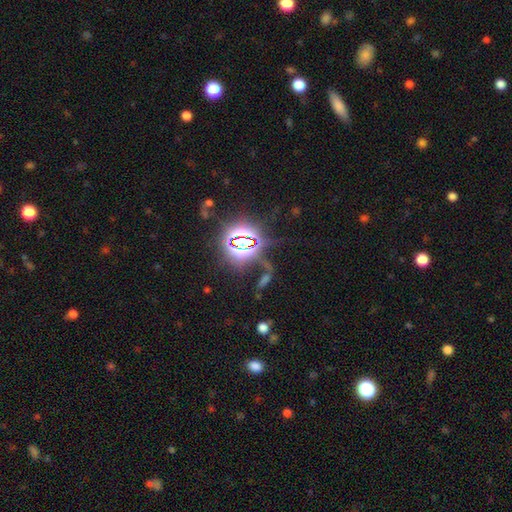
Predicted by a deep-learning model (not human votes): Smooth or featured?
  - star or artifact: 79% *
  - smooth: 14%
  - featured or disk: 7%